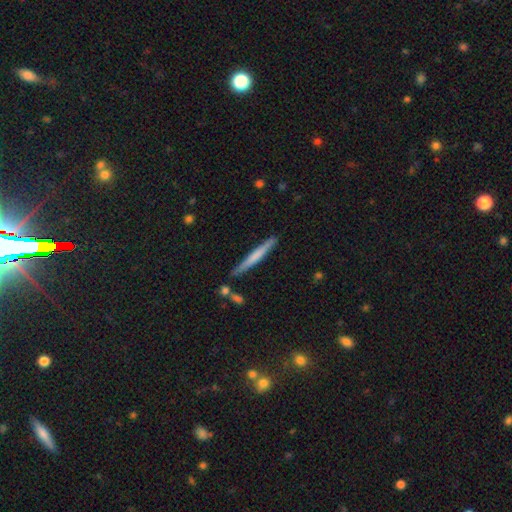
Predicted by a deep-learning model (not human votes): Smooth or featured: smooth — 57% (featured or disk — 37%)
How rounded: cigar-shaped — 96% (in between — 2%)
Merging: none — 84% (minor disturbance — 11%)